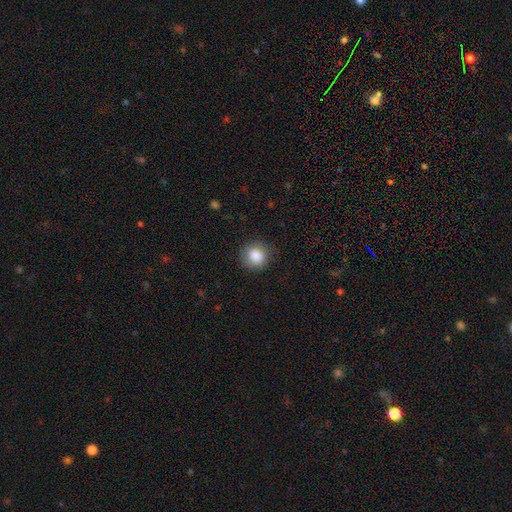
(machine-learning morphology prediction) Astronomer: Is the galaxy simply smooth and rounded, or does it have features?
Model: smooth — 86%.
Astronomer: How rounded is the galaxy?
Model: round — 88%.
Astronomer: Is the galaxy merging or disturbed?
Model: none — 83%.